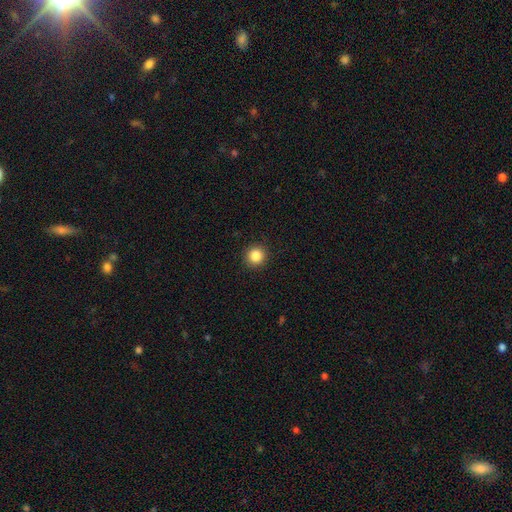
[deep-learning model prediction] smooth-or-featured: smooth: 86% | star or artifact: 10% | featured or disk: 4%
  how-rounded: round: 94% | in between: 5% | cigar-shaped: 1%
  merging: none: 92% | minor disturbance: 5% | major disturbance: 2% | merger: 1%